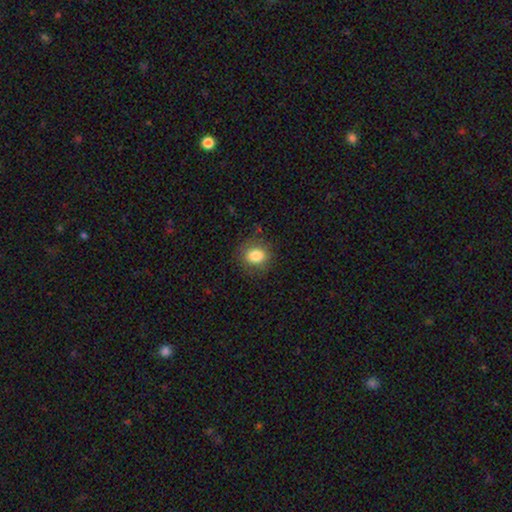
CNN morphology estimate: Q: Smooth or featured?
A: smooth (82%); runner-up: star or artifact (10%)
Q: How rounded?
A: round (59%); runner-up: in between (39%)
Q: Merging?
A: none (82%); runner-up: minor disturbance (13%)